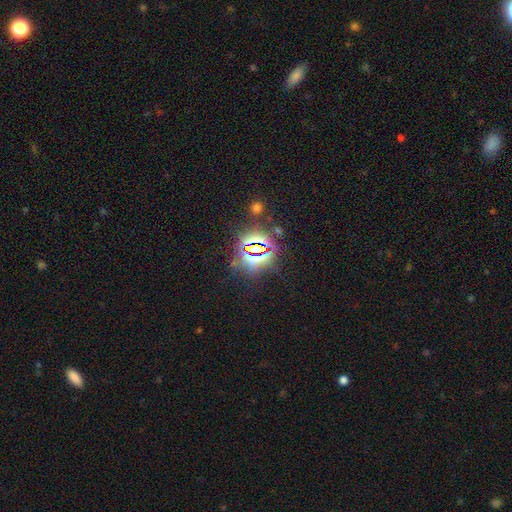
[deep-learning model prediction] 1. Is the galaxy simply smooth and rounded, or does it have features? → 76% star or artifact, 16% smooth, 9% featured or disk.